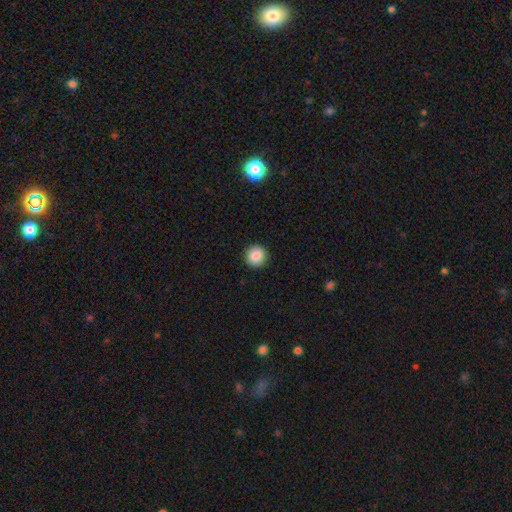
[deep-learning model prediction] Smooth or featured?
  - smooth: 87% *
  - star or artifact: 9%
  - featured or disk: 4%
How rounded?
  - round: 94% *
  - in between: 5%
  - cigar-shaped: 1%
Merging?
  - none: 92% *
  - minor disturbance: 5%
  - major disturbance: 2%
  - merger: 1%